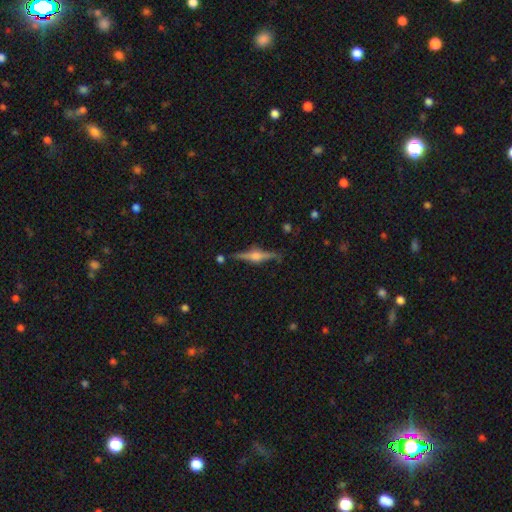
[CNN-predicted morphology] smooth_or_featured: featured or disk (p=0.79) [alt: smooth p=0.14]
disk_edge_on: yes (p=0.98) [alt: no p=0.02]
edge_on_bulge: rounded (p=0.91) [alt: boxy p=0.07]
merging: none (p=0.84) [alt: minor disturbance p=0.11]